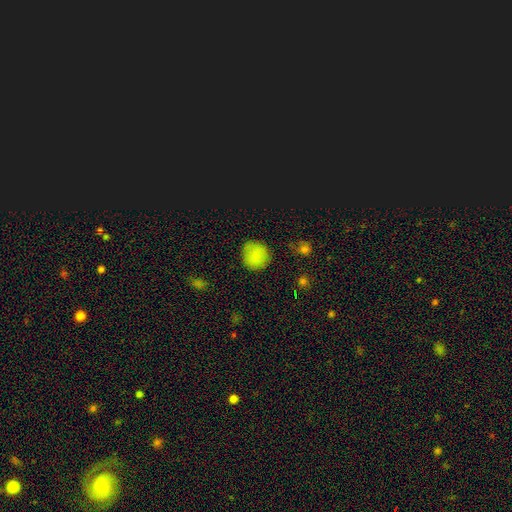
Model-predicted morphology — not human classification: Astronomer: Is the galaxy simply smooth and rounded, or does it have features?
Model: smooth — 81%.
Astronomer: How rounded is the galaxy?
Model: round — 89%.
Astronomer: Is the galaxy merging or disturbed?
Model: none — 85%.